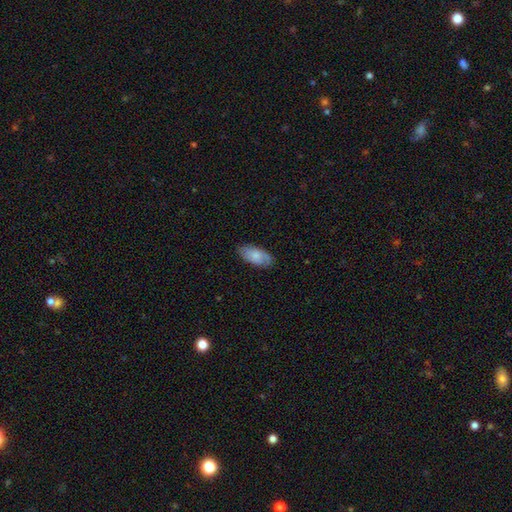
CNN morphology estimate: A smooth galaxy with no disk features (68%) that is in between round and cigar-shaped (91%). Merging: none (78%).